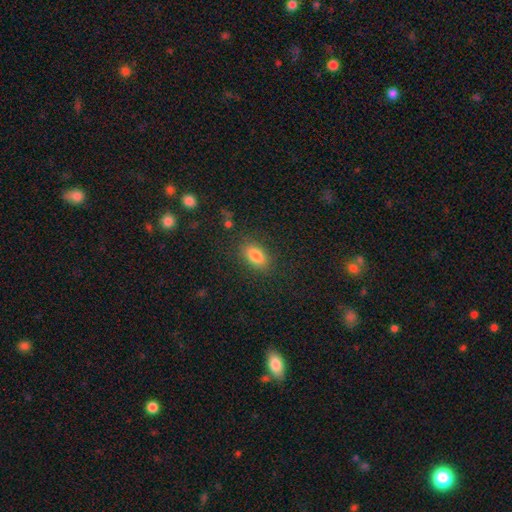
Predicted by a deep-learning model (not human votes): Smooth or featured? Predicted: smooth (p=0.84). How rounded? Predicted: in between (p=0.88). Merging? Predicted: none (p=0.84).